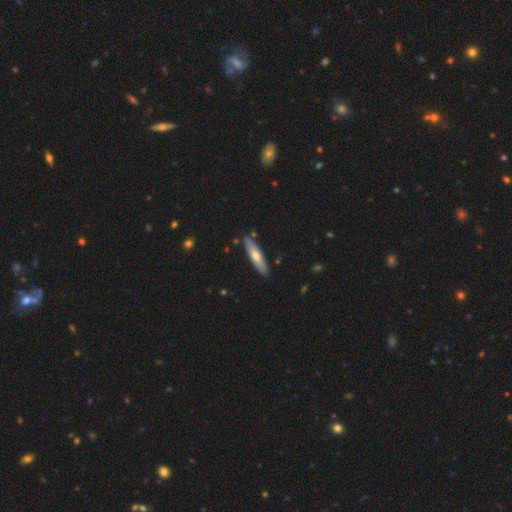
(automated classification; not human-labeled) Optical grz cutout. It shows a smooth galaxy with no disk features (53%) that is cigar-shaped (77%). Merging: none (86%).